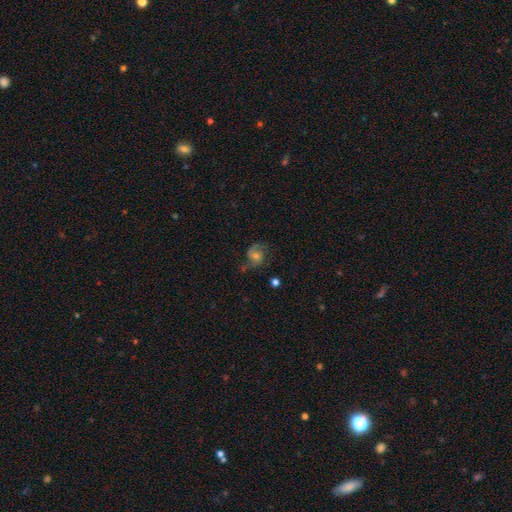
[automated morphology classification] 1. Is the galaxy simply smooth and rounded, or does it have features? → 70% featured or disk, 19% smooth, 11% star or artifact.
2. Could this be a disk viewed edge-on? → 97% no, 3% yes.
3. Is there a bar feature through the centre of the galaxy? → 62% no, 32% weak, 7% strong.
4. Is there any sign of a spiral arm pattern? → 92% yes, 8% no.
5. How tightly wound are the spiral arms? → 49% medium, 32% loose, 19% tight.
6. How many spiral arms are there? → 83% 2, 7% 1, 6% can't tell, 2% 3, 1% 4, 1% more than 4.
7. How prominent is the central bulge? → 48% moderate, 37% small, 7% large, 6% none, 2% dominant.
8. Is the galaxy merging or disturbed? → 63% none, 20% minor disturbance, 14% major disturbance, 3% merger.